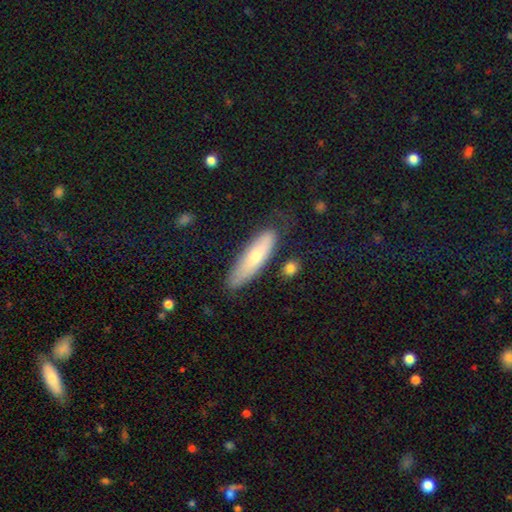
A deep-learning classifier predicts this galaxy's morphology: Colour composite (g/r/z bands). It shows a smooth galaxy with no disk features (63%) that is cigar-shaped (63%). Merging: none (74%).